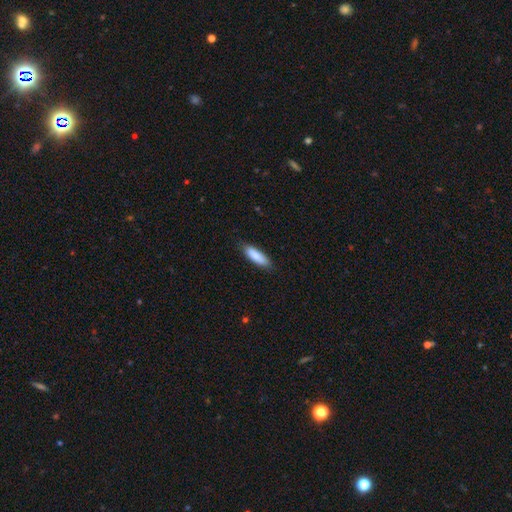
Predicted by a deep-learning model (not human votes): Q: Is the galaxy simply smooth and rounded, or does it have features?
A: smooth — 86%.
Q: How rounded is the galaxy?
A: in between — 51%.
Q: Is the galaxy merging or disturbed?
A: none — 83%.